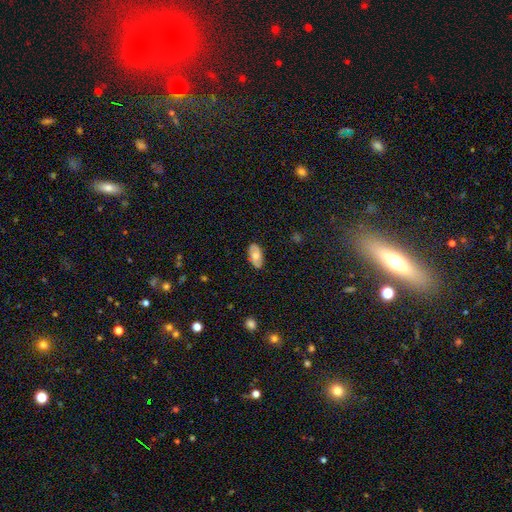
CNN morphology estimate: Smooth or featured?
  - smooth: 65% *
  - featured or disk: 28%
  - star or artifact: 7%
How rounded?
  - in between: 93% *
  - cigar-shaped: 4%
  - round: 3%
Merging?
  - none: 83% *
  - minor disturbance: 13%
  - major disturbance: 2%
  - merger: 1%